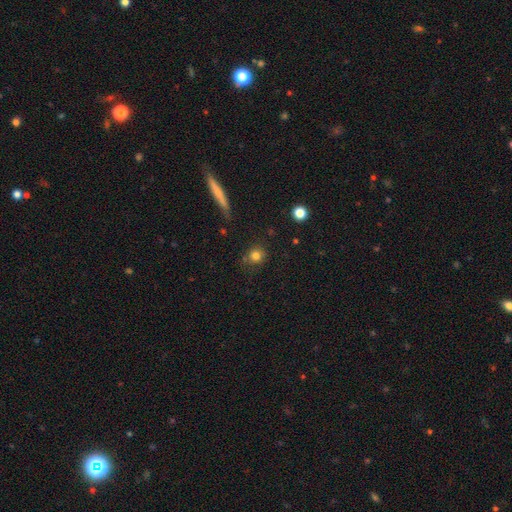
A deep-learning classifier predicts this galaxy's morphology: Smooth or featured? Predicted: smooth (p=0.80). How rounded? Predicted: round (p=0.85). Merging? Predicted: none (p=0.78).